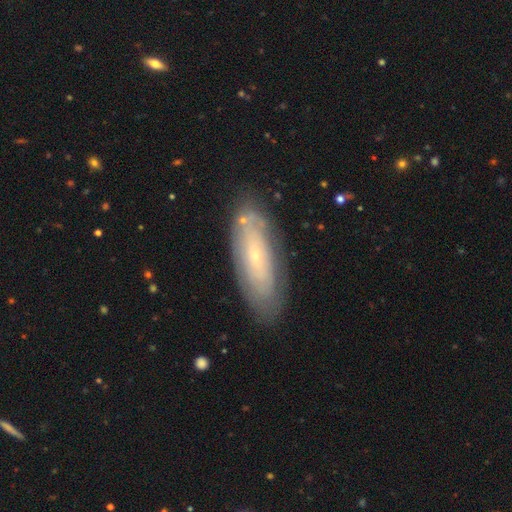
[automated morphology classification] A featured or disk galaxy (60%).

Vote fractions:
- Smooth or featured? featured or disk: 60% / smooth: 32% / star or artifact: 7%
- Edge-on disk? no: 81% / yes: 19%
- Merging? none: 79% / minor disturbance: 15% / major disturbance: 4% / merger: 2%